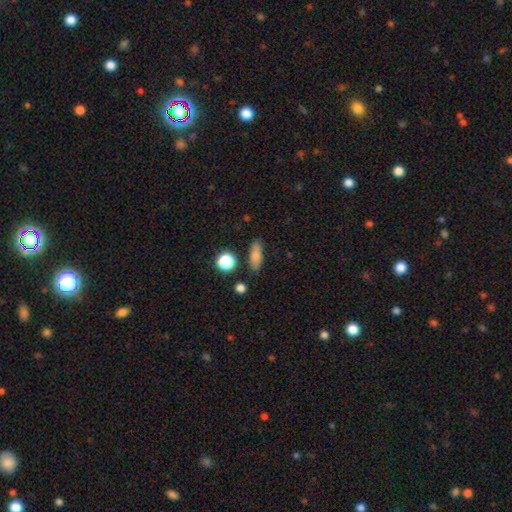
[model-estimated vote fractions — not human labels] A smooth galaxy with no disk features (80%) that is in between round and cigar-shaped (62%). Merging: none (83%).